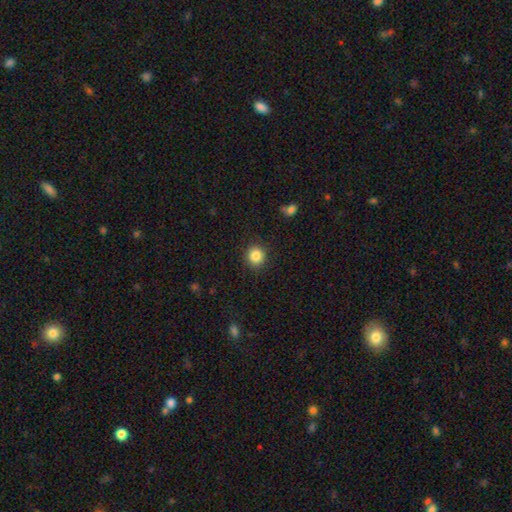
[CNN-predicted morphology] The model was most divided on "smooth or featured": smooth: 86%, star or artifact: 10%, featured or disk: 4%. More confident: how rounded — round (91%); merging — none (90%).